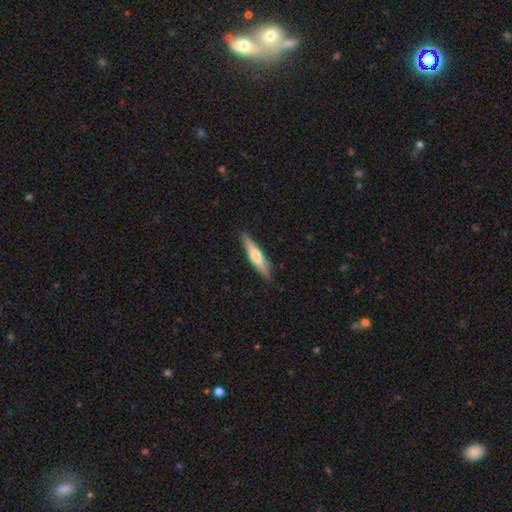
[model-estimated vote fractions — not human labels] Q: Smooth or featured?
A: featured or disk (53%); runner-up: smooth (42%)
Q: Edge-on disk?
A: yes (95%); runner-up: no (5%)
Q: Edge-on bulge?
A: rounded (87%); runner-up: boxy (7%)
Q: Merging?
A: none (88%); runner-up: minor disturbance (9%)